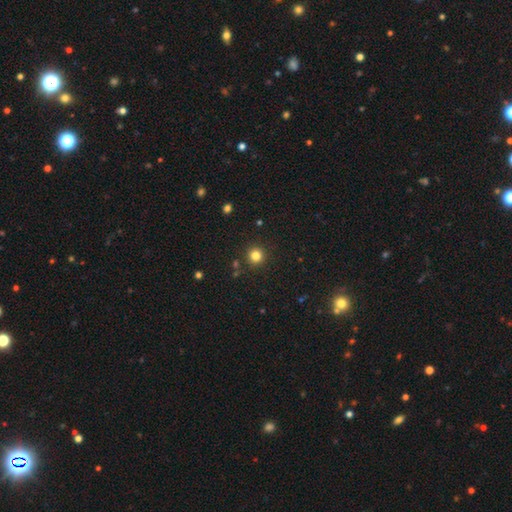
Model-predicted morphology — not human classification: Smooth or featured?
  - smooth: 82% *
  - star or artifact: 13%
  - featured or disk: 5%
How rounded?
  - round: 95% *
  - in between: 4%
  - cigar-shaped: 1%
Merging?
  - none: 90% *
  - minor disturbance: 5%
  - merger: 2%
  - major disturbance: 2%